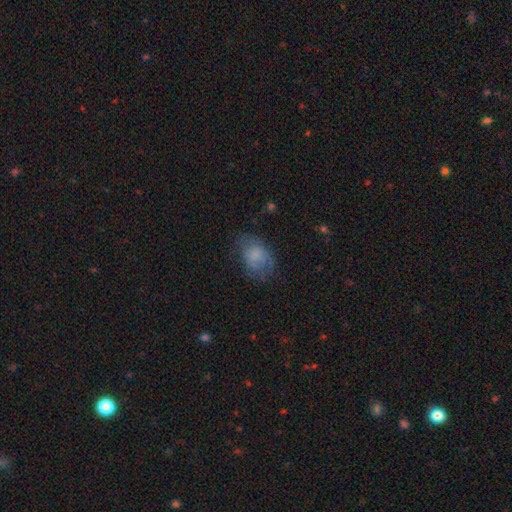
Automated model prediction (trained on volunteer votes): Smooth or featured: smooth — 69% (featured or disk — 21%)
How rounded: in between — 79% (round — 20%)
Merging: none — 51% (minor disturbance — 28%)